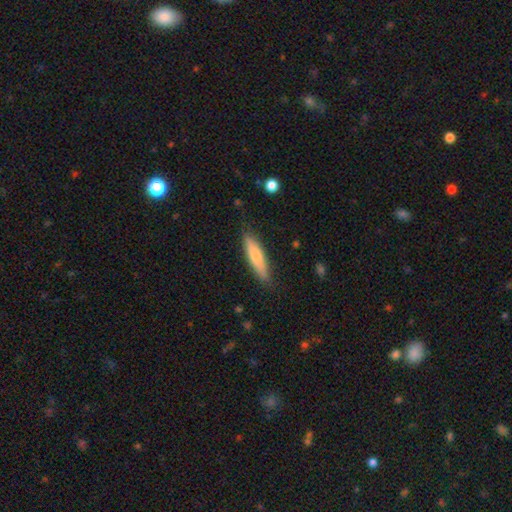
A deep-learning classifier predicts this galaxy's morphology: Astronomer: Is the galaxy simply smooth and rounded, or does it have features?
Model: smooth — 73%.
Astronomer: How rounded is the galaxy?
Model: cigar-shaped — 76%.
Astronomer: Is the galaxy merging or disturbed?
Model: none — 82%.